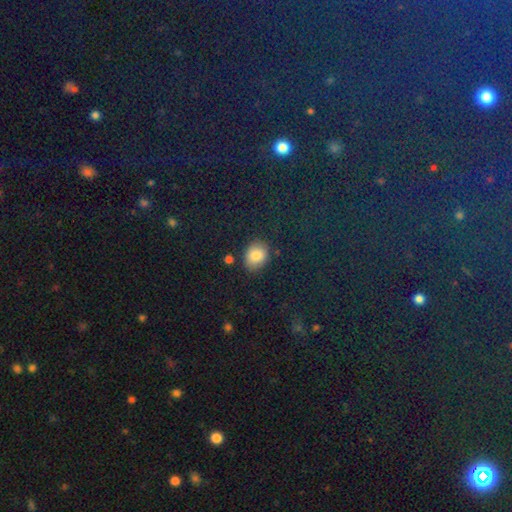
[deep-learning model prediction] This is clearly a smooth galaxy (82%). How rounded: possibly in between (55%). Merging: likely none (80%).